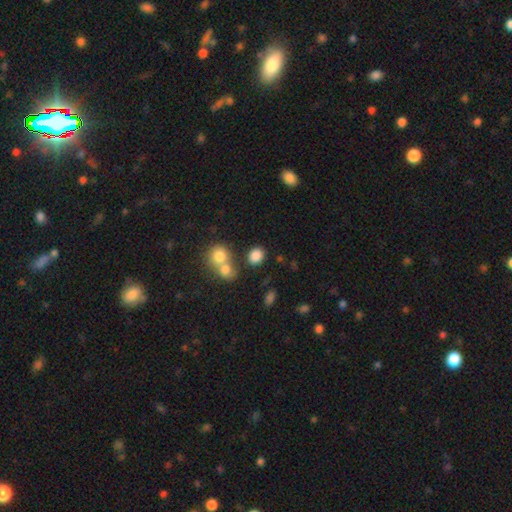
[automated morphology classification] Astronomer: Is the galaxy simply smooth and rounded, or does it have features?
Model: smooth — 84%.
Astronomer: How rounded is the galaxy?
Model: round — 60% (runner-up: in between, 38%).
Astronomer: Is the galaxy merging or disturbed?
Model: none — 65%.